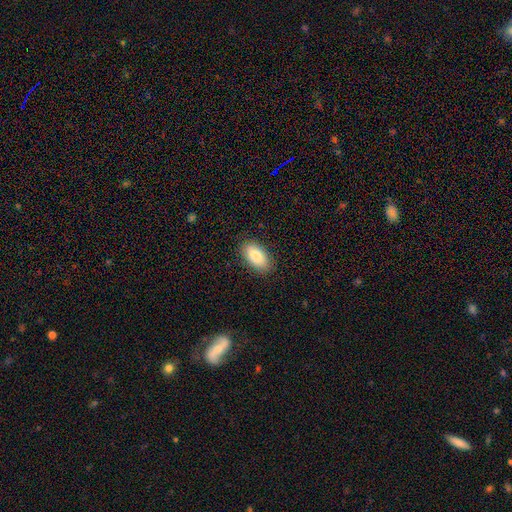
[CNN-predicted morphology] Q: Smooth or featured?
A: smooth (82%); runner-up: featured or disk (11%)
Q: How rounded?
A: in between (94%); runner-up: round (4%)
Q: Merging?
A: none (87%); runner-up: minor disturbance (10%)